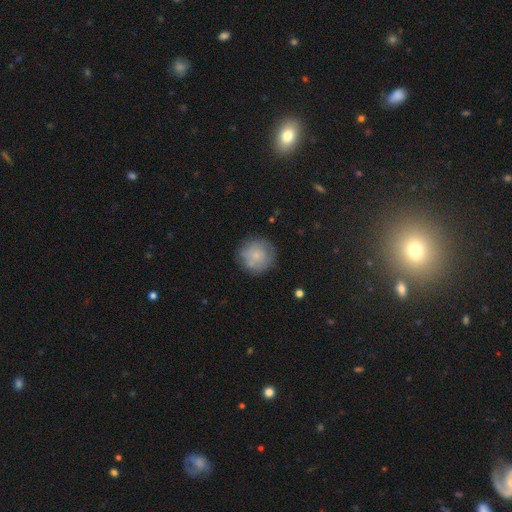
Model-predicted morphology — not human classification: This is likely a smooth galaxy (72%). How rounded: clearly round (94%). Merging: likely none (73%).